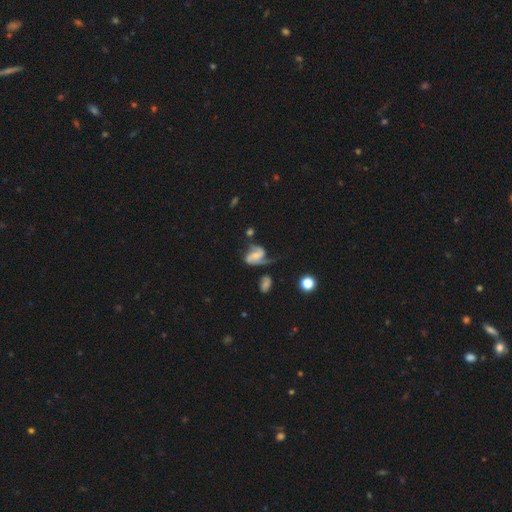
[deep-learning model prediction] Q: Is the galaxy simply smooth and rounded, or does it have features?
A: featured or disk — 78%.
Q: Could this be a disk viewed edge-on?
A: no — 98%.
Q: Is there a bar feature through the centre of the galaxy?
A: weak — 41%.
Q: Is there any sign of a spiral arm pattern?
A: yes — 93%.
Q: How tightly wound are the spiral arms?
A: loose — 43%.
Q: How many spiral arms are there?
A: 2 — 81%.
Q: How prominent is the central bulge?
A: small — 42%.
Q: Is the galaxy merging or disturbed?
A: none — 40%.